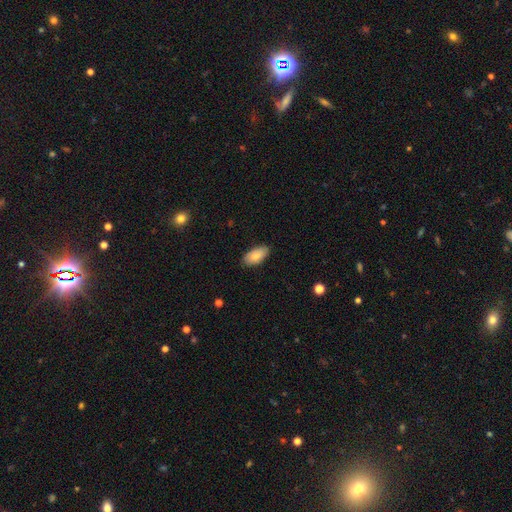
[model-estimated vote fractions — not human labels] smooth-or-featured: smooth: 82% | featured or disk: 11% | star or artifact: 6%
  how-rounded: in between: 93% | cigar-shaped: 4% | round: 3%
  merging: none: 85% | minor disturbance: 12% | major disturbance: 2% | merger: 1%